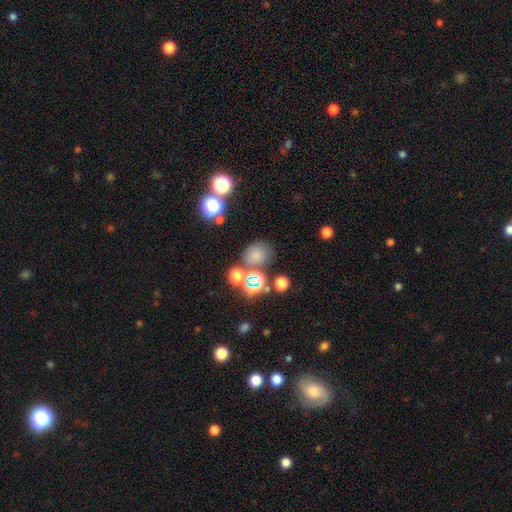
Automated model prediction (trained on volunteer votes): Overall: smooth (69%). How rounded: round (67%; in between 32%). Merging: none (62%).